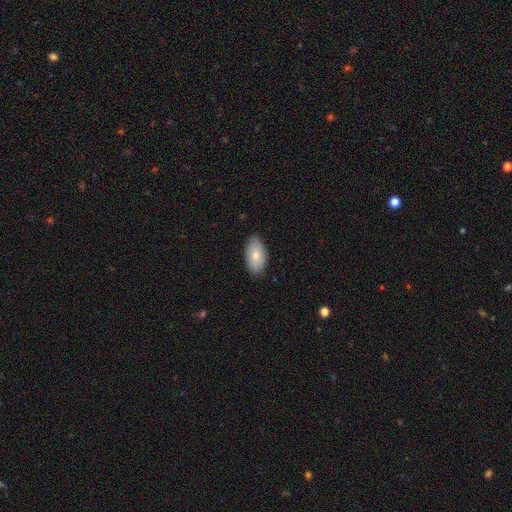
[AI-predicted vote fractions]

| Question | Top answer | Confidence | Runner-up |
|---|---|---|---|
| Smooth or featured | smooth | 80% | featured or disk (14%) |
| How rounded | in between | 95% | round (3%) |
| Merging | none | 84% | minor disturbance (13%) |